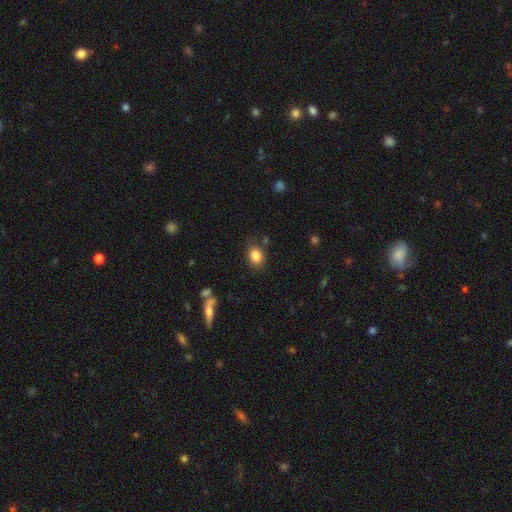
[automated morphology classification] Smooth or featured? Predicted: smooth (p=0.84). How rounded? Predicted: in between (p=0.63). Merging? Predicted: none (p=0.79).